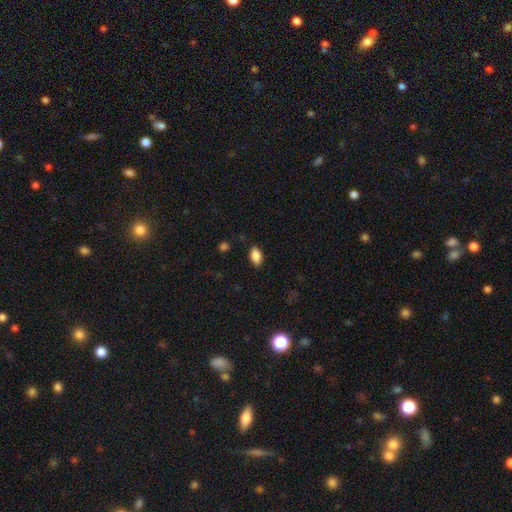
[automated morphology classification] smooth-or-featured: smooth: 87% | star or artifact: 8% | featured or disk: 5%
  how-rounded: in between: 92% | round: 5% | cigar-shaped: 3%
  merging: none: 85% | minor disturbance: 11% | major disturbance: 2% | merger: 1%